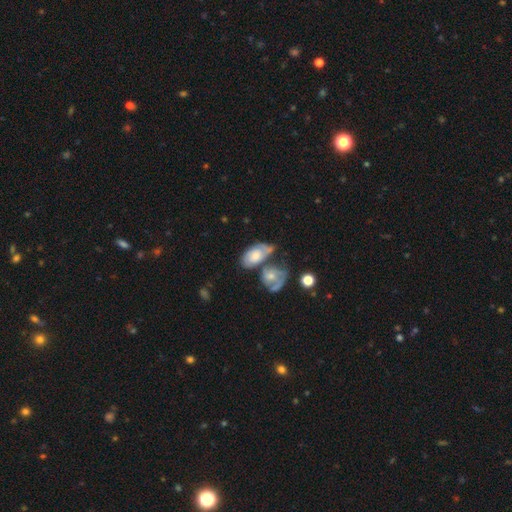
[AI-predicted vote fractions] Smooth or featured? Predicted: smooth (p=0.53). How rounded? Predicted: in between (p=0.89). Merging? Predicted: merger (p=0.40).